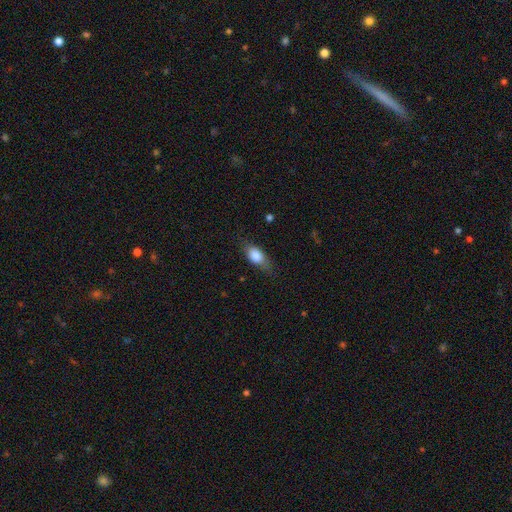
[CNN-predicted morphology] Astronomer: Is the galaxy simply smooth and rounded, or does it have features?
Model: smooth — 78%.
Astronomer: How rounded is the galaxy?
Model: in between — 80%.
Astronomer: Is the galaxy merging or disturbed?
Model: none — 70%.